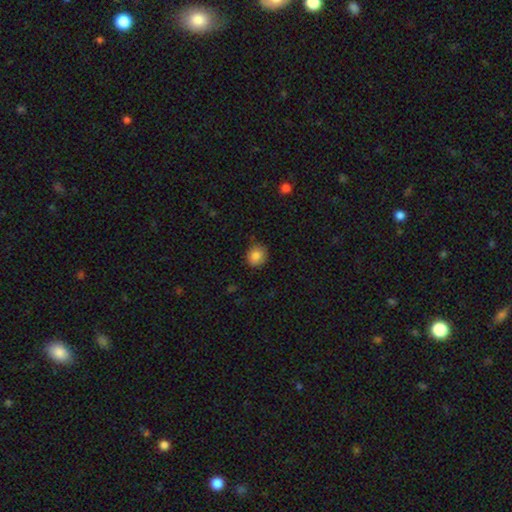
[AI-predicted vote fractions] The model was most divided on "how rounded": round: 83%, in between: 16%, cigar-shaped: 1%. More confident: merging — none (86%); smooth or featured — smooth (84%).